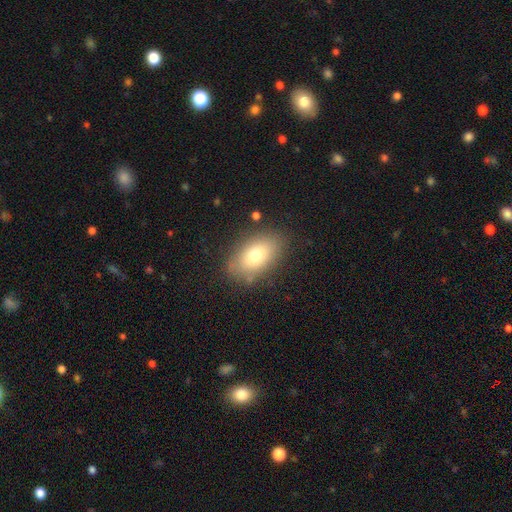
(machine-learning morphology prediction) This is likely a smooth galaxy (73%). How rounded: clearly in between (89%). Merging: clearly none (80%).